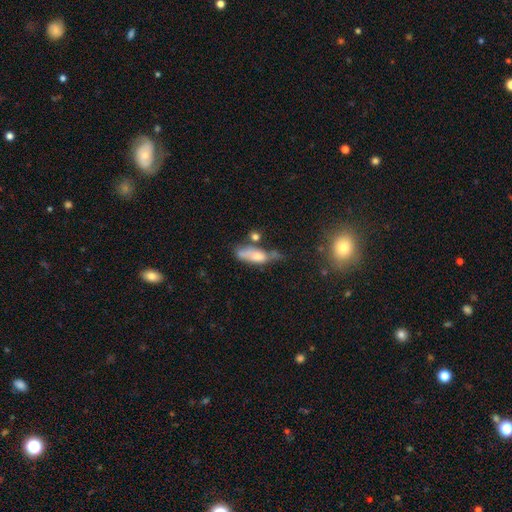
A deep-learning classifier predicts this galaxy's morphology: type=smooth (61%); roundness=in between (64%); merging=none (30%).